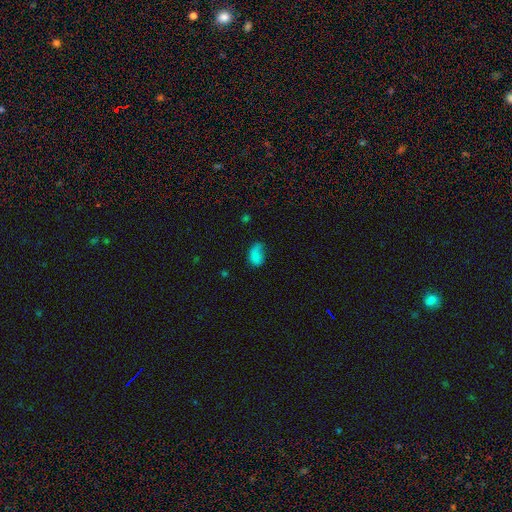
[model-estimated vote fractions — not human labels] The model was most divided on "merging": none: 39%, minor disturbance: 32%, major disturbance: 25%, merger: 4%. More confident: how rounded — in between (87%); smooth or featured — smooth (77%).